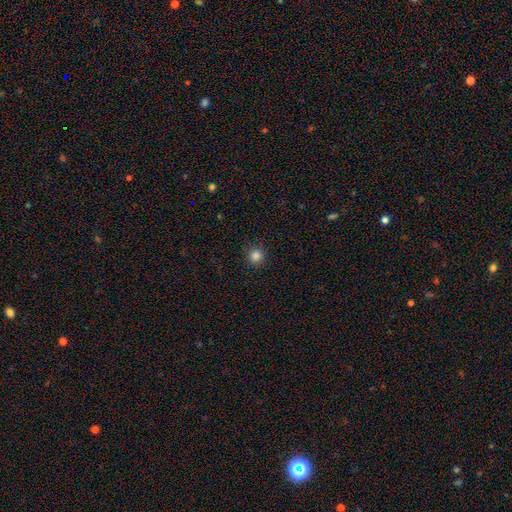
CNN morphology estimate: Smooth or featured: smooth — 84% (star or artifact — 12%)
How rounded: round — 93% (in between — 6%)
Merging: none — 91% (minor disturbance — 6%)